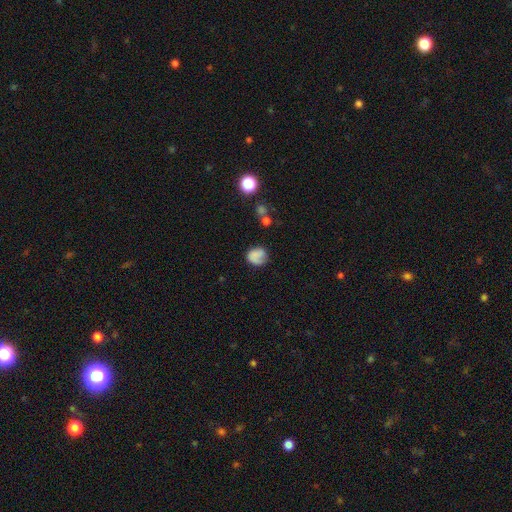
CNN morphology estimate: This is likely a smooth galaxy (70%). How rounded: likely round (70%). Merging: likely none (60%).